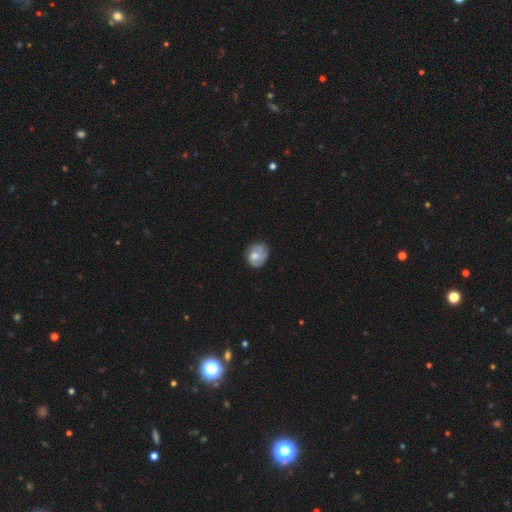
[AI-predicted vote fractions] Morphology: type=smooth (64%); roundness=round (70%); merging=none (66%).